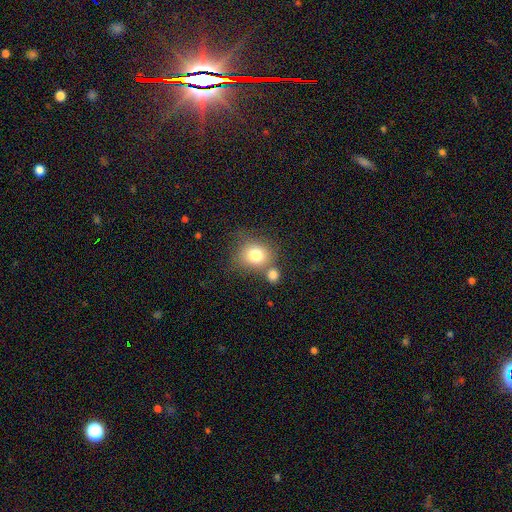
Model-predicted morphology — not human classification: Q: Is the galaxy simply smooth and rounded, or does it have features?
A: smooth — 78%.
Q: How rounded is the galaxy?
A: round — 73%.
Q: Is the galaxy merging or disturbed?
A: none — 56%.